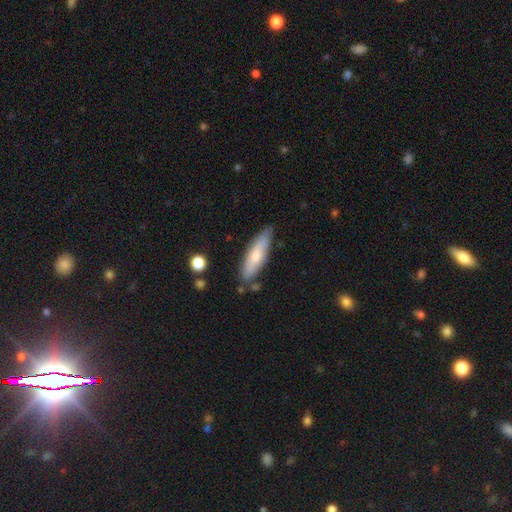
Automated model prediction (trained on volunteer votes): Smooth or featured: smooth — 63% (featured or disk — 31%)
How rounded: cigar-shaped — 62% (in between — 36%)
Merging: none — 77% (minor disturbance — 17%)